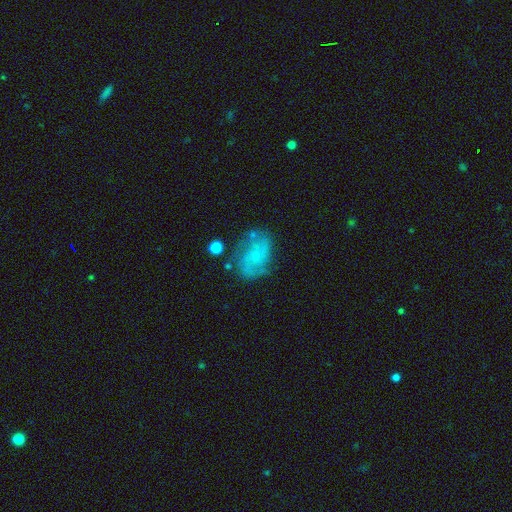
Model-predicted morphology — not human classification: smooth_or_featured: featured or disk (p=0.70) [alt: smooth p=0.22]
disk_edge_on: no (p=0.97) [alt: yes p=0.03]
bar: no (p=0.74) [alt: weak p=0.23]
has_spiral_arms: yes (p=0.87) [alt: no p=0.13]
spiral_winding: medium (p=0.46) [alt: tight p=0.29]
spiral_arm_count: 2 (p=0.66) [alt: can't tell p=0.19]
bulge_size: small (p=0.79) [alt: moderate p=0.11]
merging: none (p=0.65) [alt: minor disturbance p=0.22]